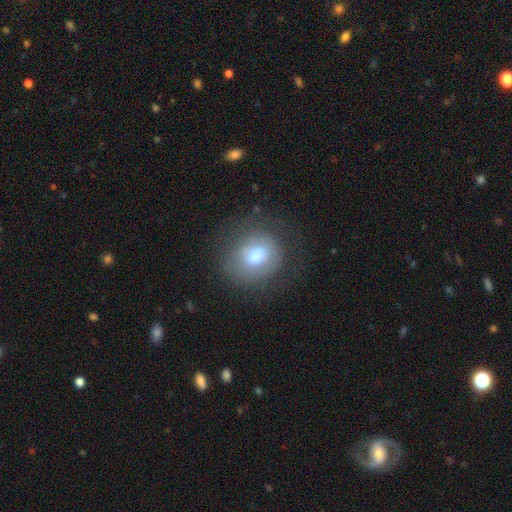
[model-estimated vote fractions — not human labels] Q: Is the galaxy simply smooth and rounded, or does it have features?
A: smooth — 65%.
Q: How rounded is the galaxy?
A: round — 72%.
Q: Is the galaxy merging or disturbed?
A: none — 64%.